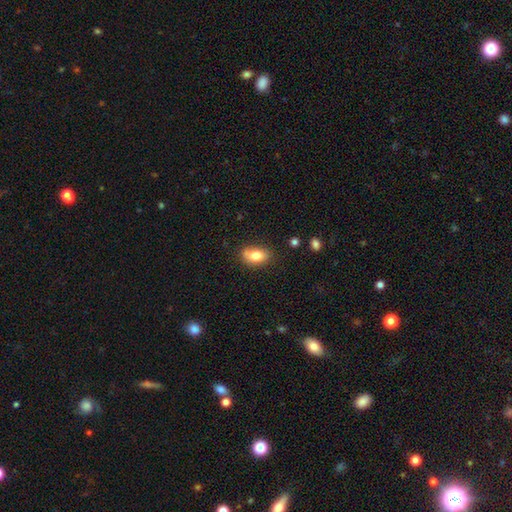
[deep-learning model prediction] A smooth galaxy with no disk features (80%) that is in between round and cigar-shaped (85%). Merging: none (68%).